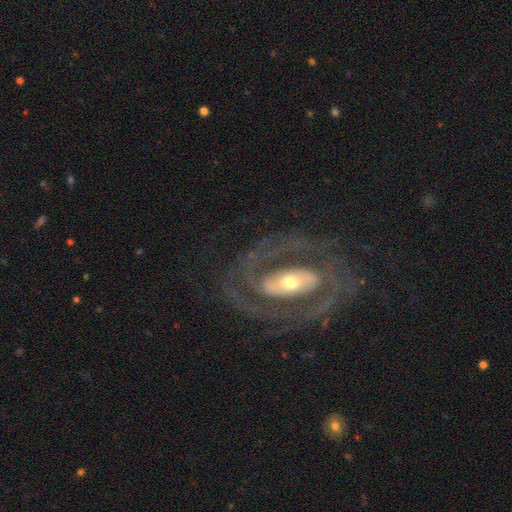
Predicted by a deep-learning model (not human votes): The model was most divided on "spiral winding": tight: 50%, medium: 39%, loose: 11%. Remaining: edge-on disk — no (94%); smooth or featured — featured or disk (87%); spiral arms — yes (87%); spiral arm count — 2 (77%); merging — none (76%); bulge size — moderate (50%); bar — strong (45%).